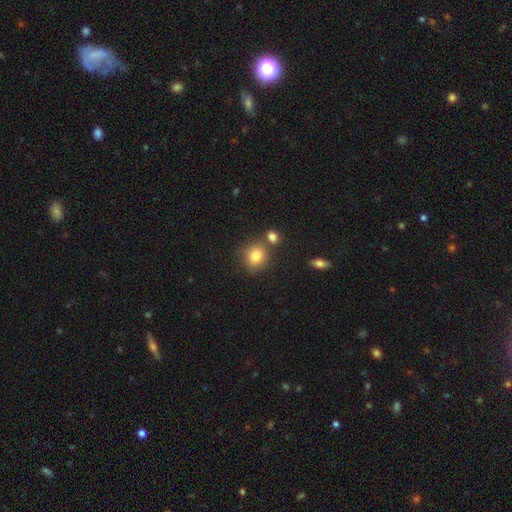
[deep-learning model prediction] This is clearly a smooth galaxy (84%). How rounded: likely round (73%). Merging: likely none (66%).